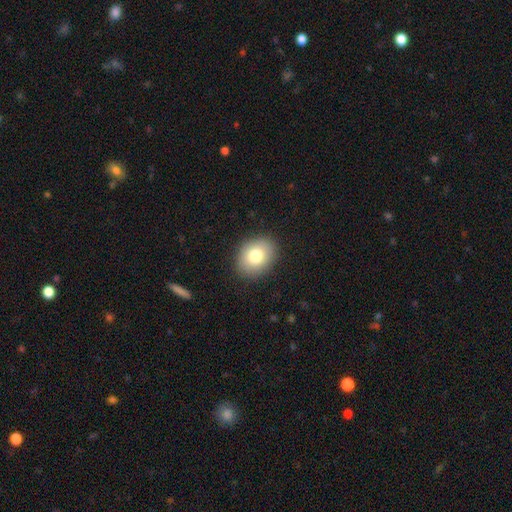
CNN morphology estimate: A smooth galaxy with no disk features (79%) that is in between round and cigar-shaped (59%).

Vote fractions:
- Smooth or featured? smooth: 79% / featured or disk: 12% / star or artifact: 9%
- How rounded? in between: 59% / round: 40% / cigar-shaped: 1%
- Merging? none: 88% / minor disturbance: 8% / major disturbance: 2% / merger: 1%